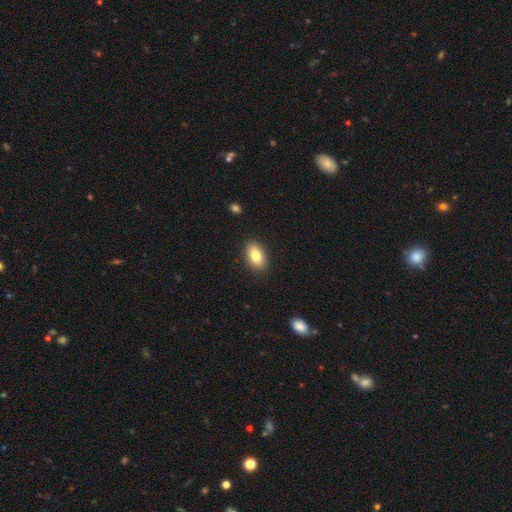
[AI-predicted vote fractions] A smooth galaxy with no disk features (81%) that is in between round and cigar-shaped (90%). Merging: none (89%).